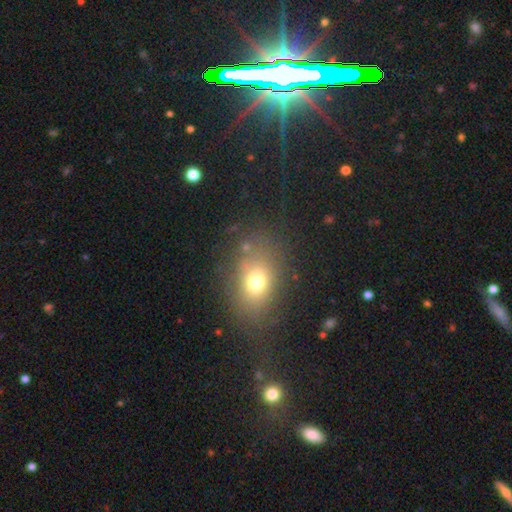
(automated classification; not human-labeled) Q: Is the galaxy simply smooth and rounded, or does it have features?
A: smooth — 58%.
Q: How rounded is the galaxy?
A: in between — 67%.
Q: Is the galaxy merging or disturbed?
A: none — 78%.